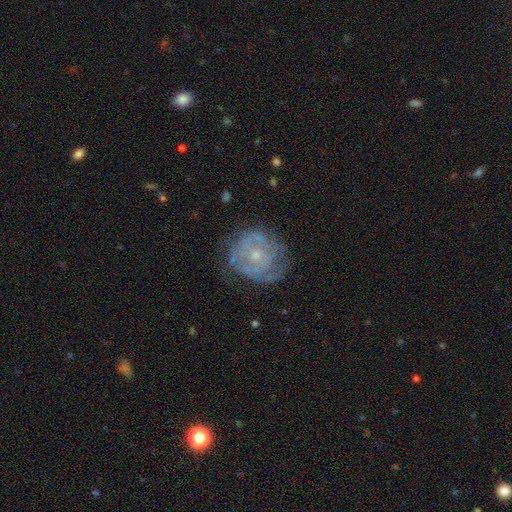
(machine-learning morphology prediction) This appears to be a featured or disk galaxy (67%) with no bar (81%), spiral arms (61%) and a small central bulge (68%). Merging: none (64%).